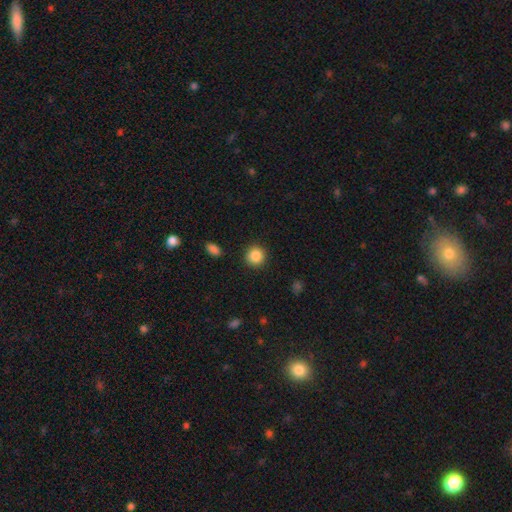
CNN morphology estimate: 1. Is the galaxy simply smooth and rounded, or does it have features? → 85% smooth, 9% star or artifact, 5% featured or disk.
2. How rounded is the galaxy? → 92% round, 7% in between, 1% cigar-shaped.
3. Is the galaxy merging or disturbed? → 91% none, 6% minor disturbance, 2% major disturbance, 1% merger.